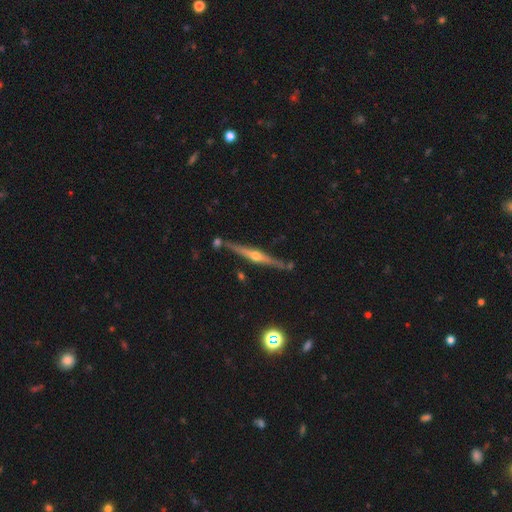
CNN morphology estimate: Overall: featured or disk (81%). Edge-on disk: yes (98%). Edge-on bulge: rounded (92%). Merging: none (82%).